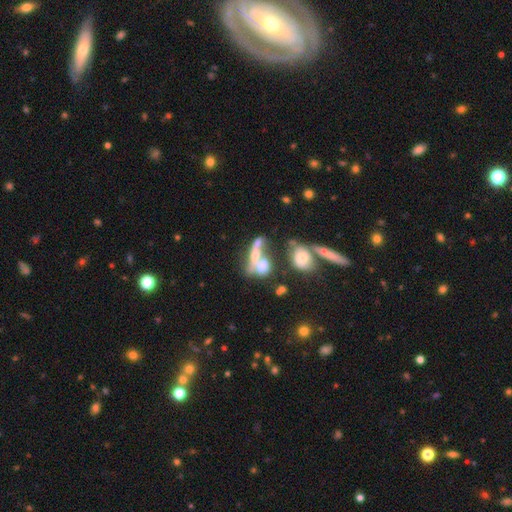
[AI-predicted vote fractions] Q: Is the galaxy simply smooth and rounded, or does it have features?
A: featured or disk — 45%.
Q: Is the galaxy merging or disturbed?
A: merger — 55%.